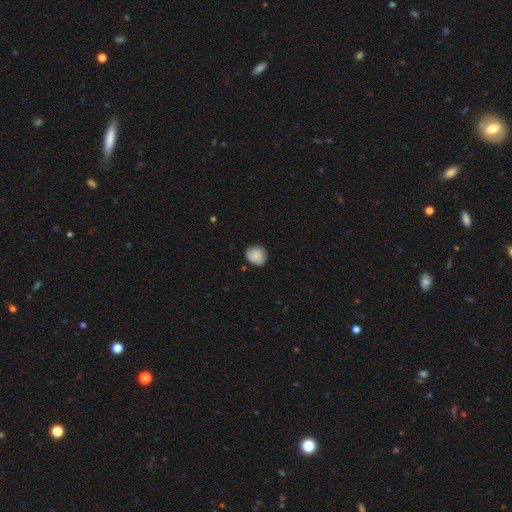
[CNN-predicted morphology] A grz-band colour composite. It shows a smooth galaxy with no disk features (84%) that is round (78%). Merging: none (75%).